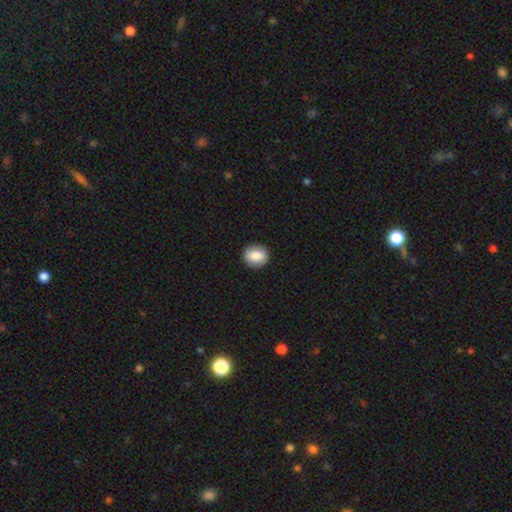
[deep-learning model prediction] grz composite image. It shows a smooth galaxy with no disk features (82%) that is round (65%). Merging: none (89%).